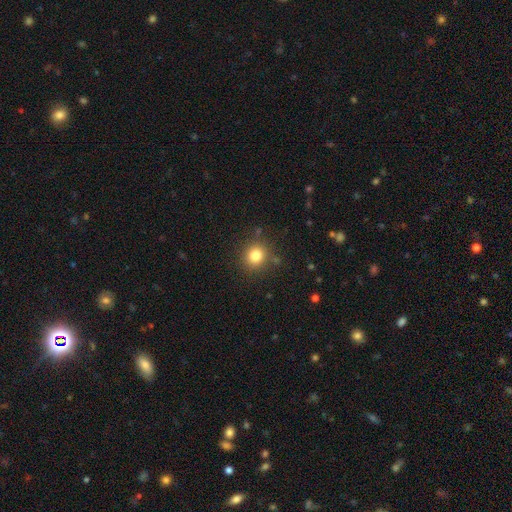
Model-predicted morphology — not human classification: Smooth or featured? smooth (81%)
How rounded? round (87%)
Merging? none (84%)